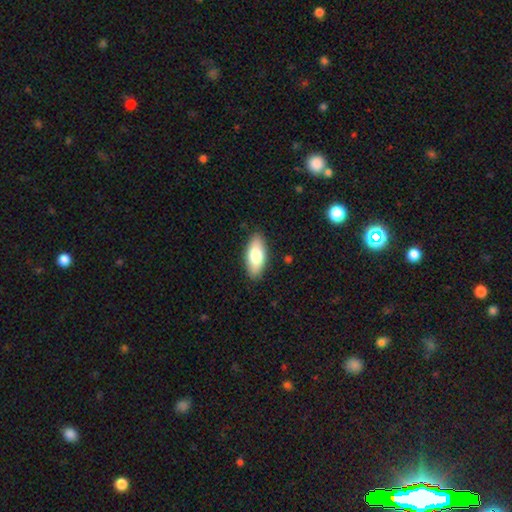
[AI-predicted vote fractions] This is likely a smooth galaxy (75%). How rounded: clearly in between (86%). Merging: clearly none (88%).